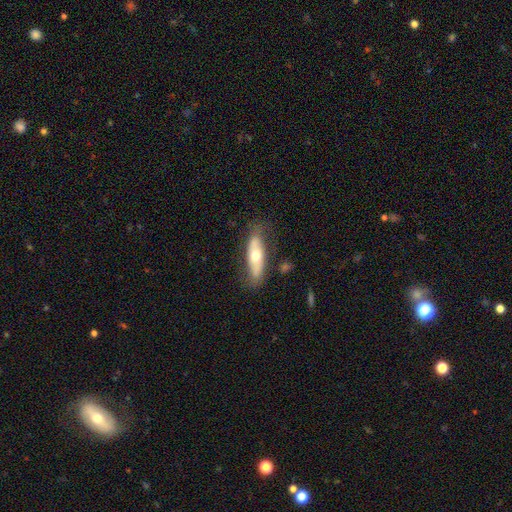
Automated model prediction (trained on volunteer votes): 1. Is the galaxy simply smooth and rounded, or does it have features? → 52% smooth, 42% featured or disk, 6% star or artifact.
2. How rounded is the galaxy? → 58% in between, 39% cigar-shaped, 3% round.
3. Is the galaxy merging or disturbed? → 72% none, 20% minor disturbance, 6% major disturbance, 2% merger.